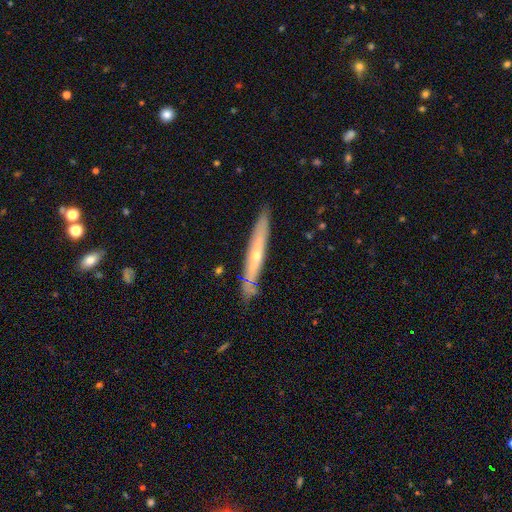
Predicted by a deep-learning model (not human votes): Q: Smooth or featured?
A: featured or disk (64%); runner-up: smooth (30%)
Q: Edge-on disk?
A: yes (86%); runner-up: no (14%)
Q: Edge-on bulge?
A: rounded (67%); runner-up: none (31%)
Q: Merging?
A: none (81%); runner-up: minor disturbance (14%)